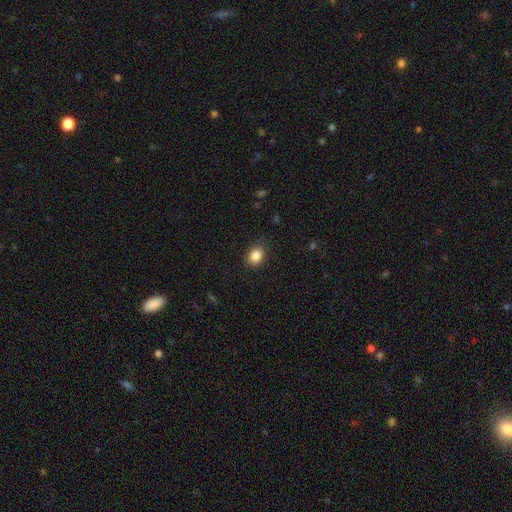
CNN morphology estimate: This is clearly a smooth galaxy (86%). How rounded: possibly in between (56%). Merging: clearly none (85%).